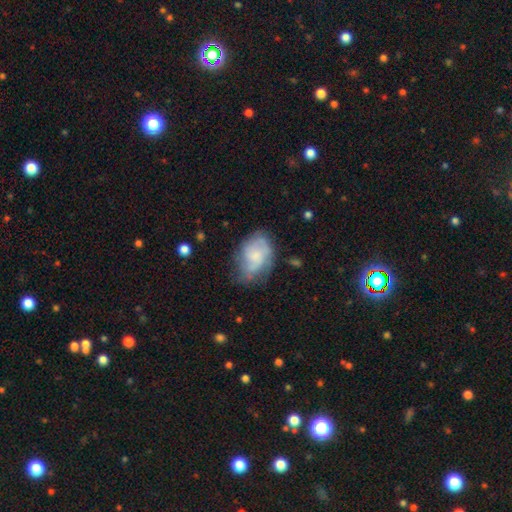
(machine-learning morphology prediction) Smooth or featured? featured or disk (52%)
Edge-on disk? no (97%)
Bar? no (70%)
Spiral arms? yes (77%)
Bulge size? small (38%)
Merging? none (51%)